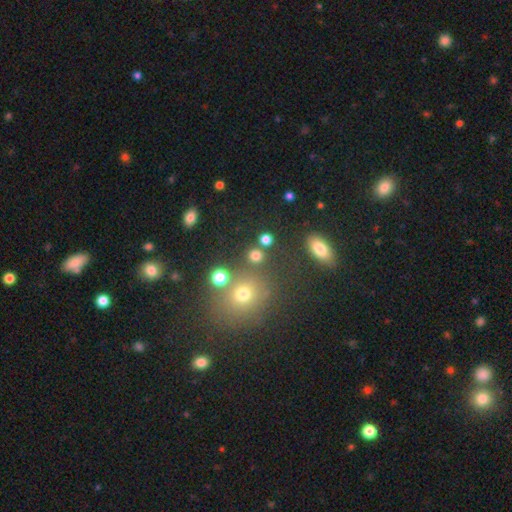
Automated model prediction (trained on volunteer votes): Smooth or featured: smooth — 76% (star or artifact — 17%)
How rounded: round — 86% (in between — 13%)
Merging: none — 76% (merger — 12%)